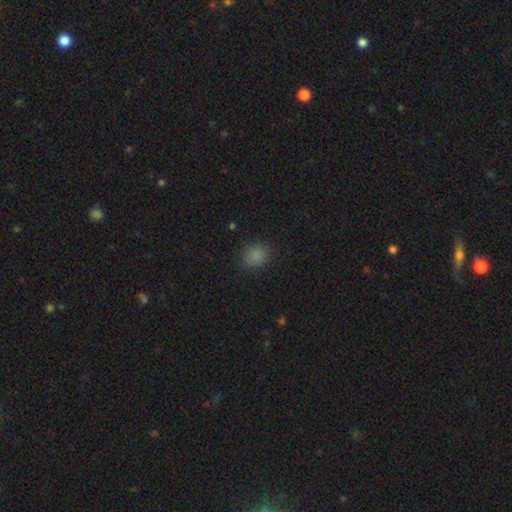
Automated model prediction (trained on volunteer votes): Smooth or featured: smooth — 83% (star or artifact — 14%)
How rounded: round — 69% (in between — 30%)
Merging: none — 84% (minor disturbance — 11%)